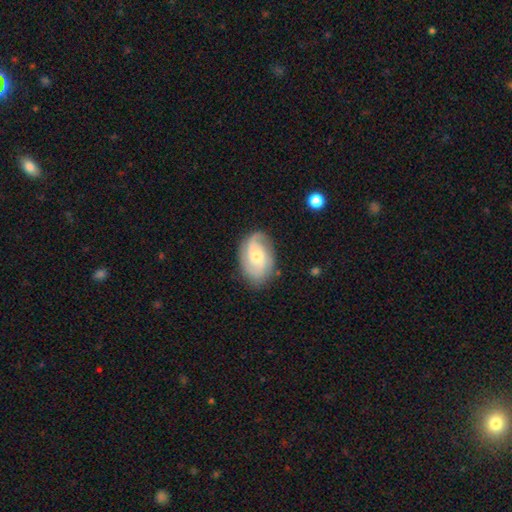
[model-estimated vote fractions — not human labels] Smooth or featured?
  - featured or disk: 77% *
  - smooth: 17%
  - star or artifact: 6%
Edge-on disk?
  - no: 97% *
  - yes: 3%
Bar?
  - no: 60% *
  - weak: 35%
  - strong: 5%
Spiral arms?
  - yes: 95% *
  - no: 5%
Spiral winding?
  - tight: 44% *
  - medium: 42%
  - loose: 14%
Spiral arm count?
  - 2: 54% *
  - 3: 21%
  - can't tell: 15%
  - 1: 5%
  - 4: 3%
  - more than 4: 3%
Bulge size?
  - moderate: 49% *
  - small: 44%
  - large: 4%
  - none: 3%
  - dominant: 1%
Merging?
  - none: 78% *
  - minor disturbance: 16%
  - major disturbance: 5%
  - merger: 1%